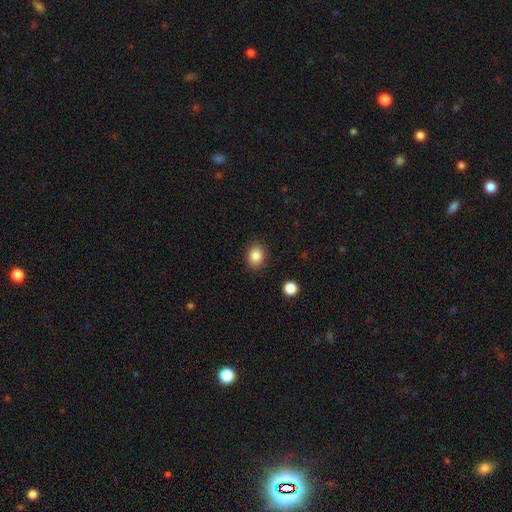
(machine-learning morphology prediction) This is clearly a smooth galaxy (86%). How rounded: possibly in between (54%). Merging: clearly none (88%).